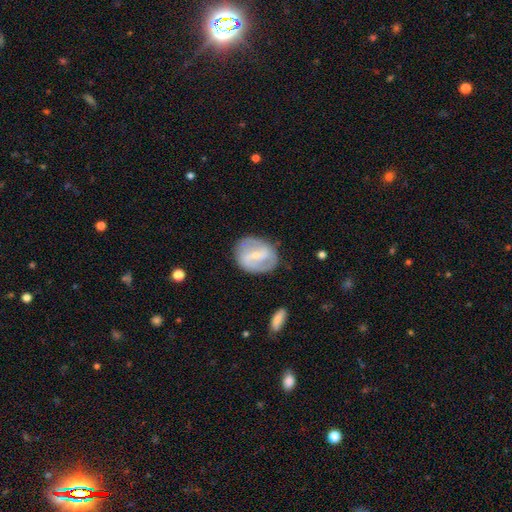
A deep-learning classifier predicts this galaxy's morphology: Overall: featured or disk (75%). Edge-on disk: no (97%). Bar: weak (43%; strong 38%). Spiral arms: yes (81%). Spiral arm count: 2 (84%). Spiral winding: medium (44%; tight 28%). Bulge size: small (66%; moderate 31%). Merging: none (80%).